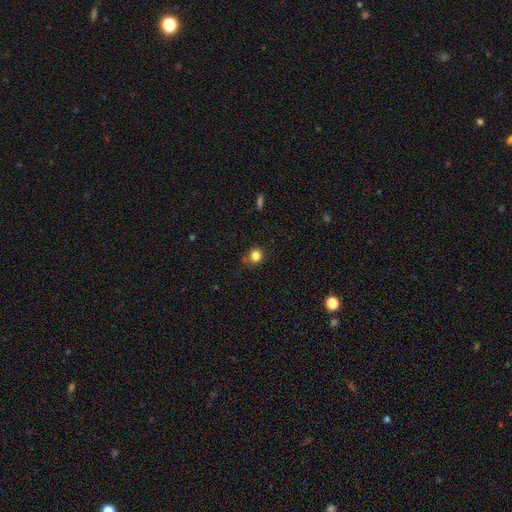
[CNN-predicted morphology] A smooth galaxy with no disk features (83%) that is round (85%). Merging: none (75%).